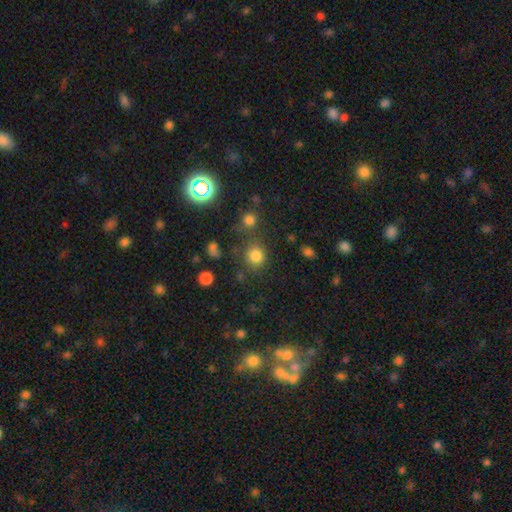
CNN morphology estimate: smooth-or-featured: smooth: 77% | star or artifact: 17% | featured or disk: 6%
  how-rounded: round: 84% | in between: 15% | cigar-shaped: 1%
  merging: none: 71% | minor disturbance: 12% | merger: 12% | major disturbance: 6%